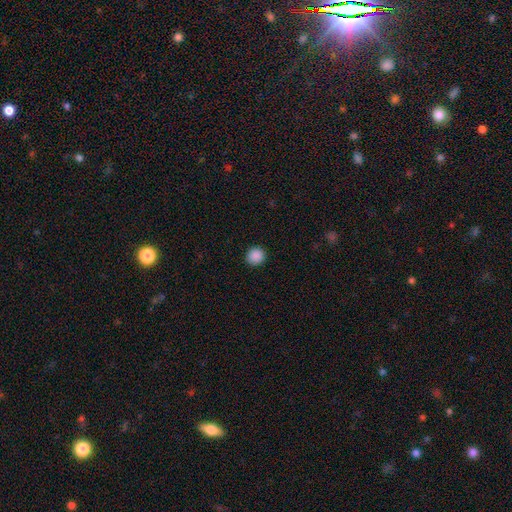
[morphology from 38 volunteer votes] Smooth or featured? 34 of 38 (89%) said smooth. How rounded? 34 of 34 (100%) said round. Merging? 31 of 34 (91%) said none.